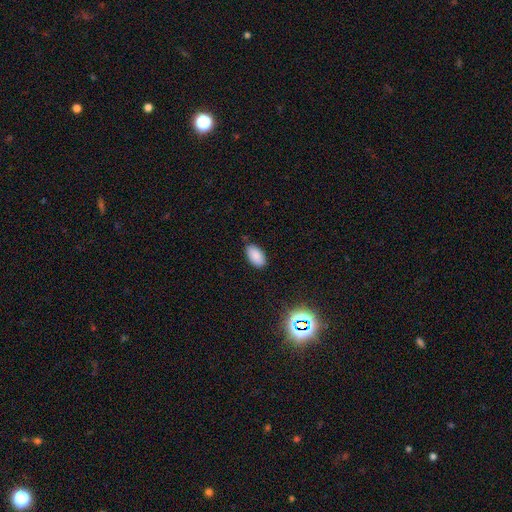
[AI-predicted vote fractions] Smooth or featured: smooth — 86% (star or artifact — 9%)
How rounded: in between — 95% (round — 3%)
Merging: none — 81% (minor disturbance — 15%)